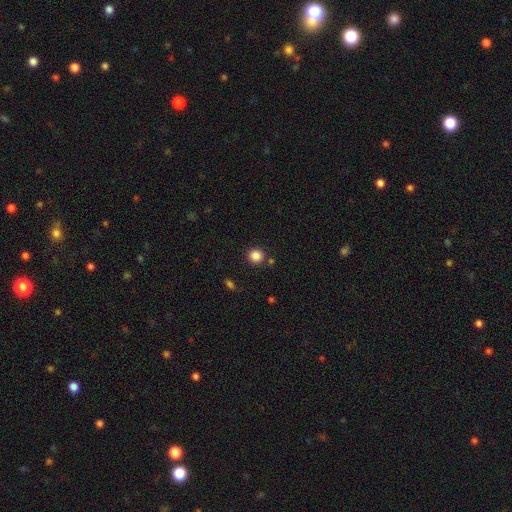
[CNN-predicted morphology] This is clearly a smooth galaxy (86%). How rounded: clearly round (93%). Merging: clearly none (84%).